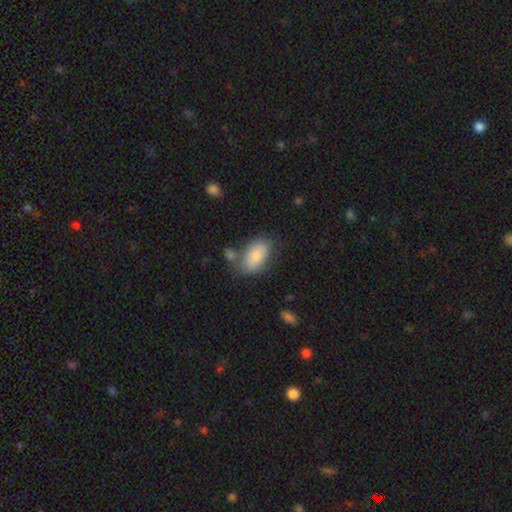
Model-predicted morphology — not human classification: smooth_or_featured: smooth (p=0.82) [alt: featured or disk p=0.12]
how_rounded: in between (p=0.93) [alt: round p=0.05]
merging: none (p=0.59) [alt: minor disturbance p=0.19]